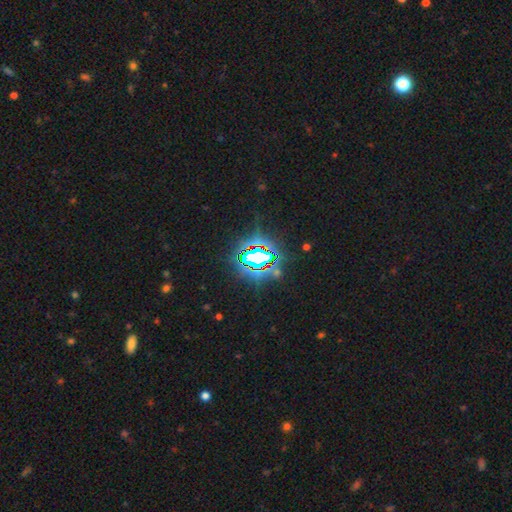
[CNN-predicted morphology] A star or artifact, not a galaxy (79%).